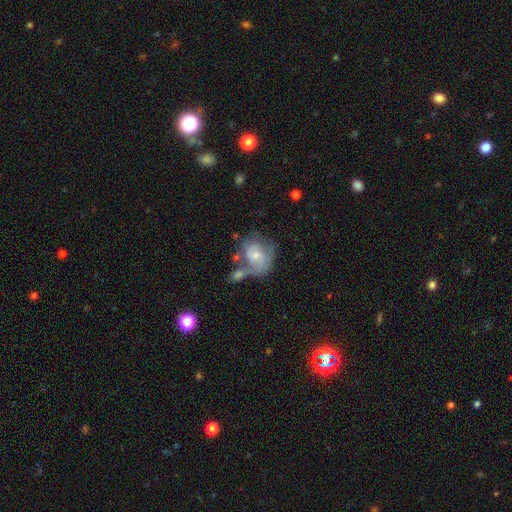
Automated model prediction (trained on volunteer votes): A featured or disk galaxy (49%).

Vote fractions:
- Smooth or featured? featured or disk: 49% / smooth: 44% / star or artifact: 7%
- Merging? none: 31% / merger: 29% / minor disturbance: 21% / major disturbance: 19%